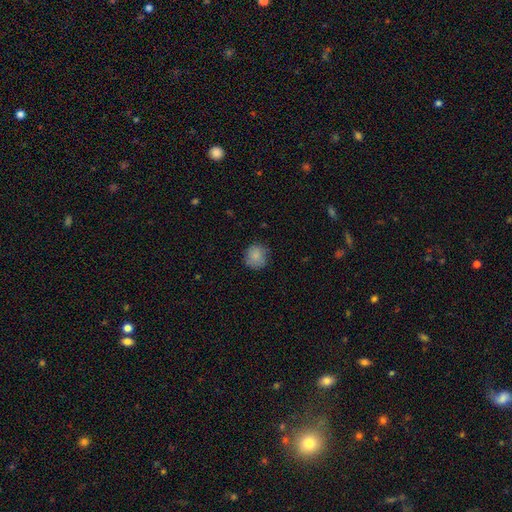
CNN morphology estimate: This is clearly a smooth galaxy (85%). How rounded: clearly round (89%). Merging: clearly none (80%).